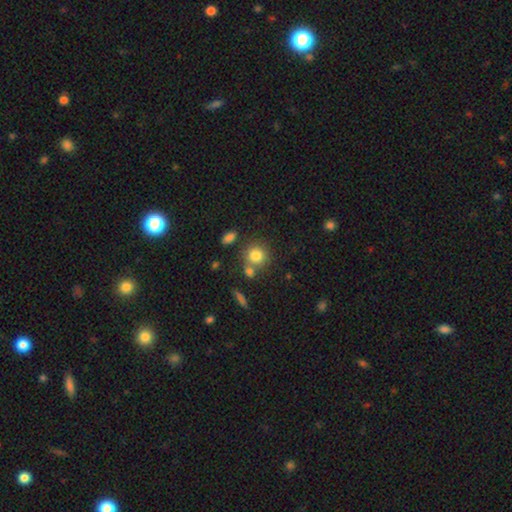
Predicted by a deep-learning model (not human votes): Q: Smooth or featured?
A: smooth (81%); runner-up: star or artifact (11%)
Q: How rounded?
A: round (85%); runner-up: in between (14%)
Q: Merging?
A: none (64%); runner-up: merger (21%)